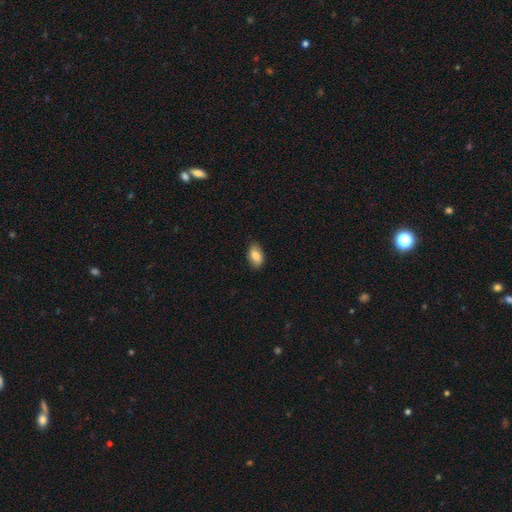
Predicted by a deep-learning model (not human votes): smooth-or-featured: smooth: 83% | featured or disk: 10% | star or artifact: 7%
  how-rounded: in between: 92% | round: 6% | cigar-shaped: 2%
  merging: none: 82% | minor disturbance: 15% | major disturbance: 2% | merger: 1%